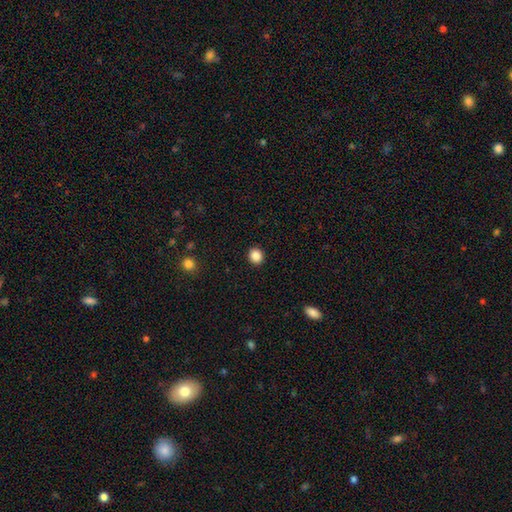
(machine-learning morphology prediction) smooth_or_featured: smooth (p=0.87) [alt: star or artifact p=0.10]
how_rounded: round (p=0.81) [alt: in between p=0.18]
merging: none (p=0.92) [alt: minor disturbance p=0.05]